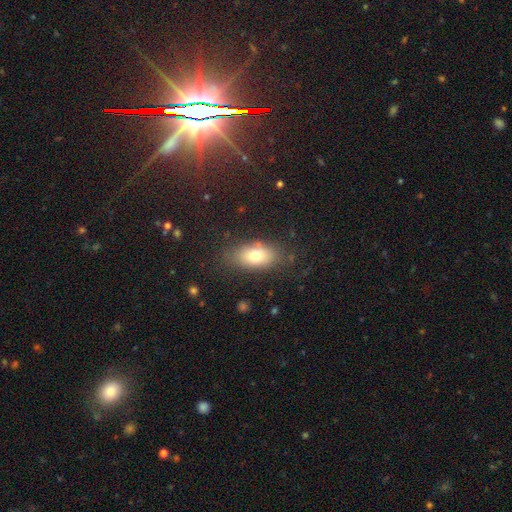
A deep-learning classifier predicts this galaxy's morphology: Q: Smooth or featured?
A: smooth (74%); runner-up: featured or disk (17%)
Q: How rounded?
A: in between (87%); runner-up: round (9%)
Q: Merging?
A: none (78%); runner-up: minor disturbance (15%)